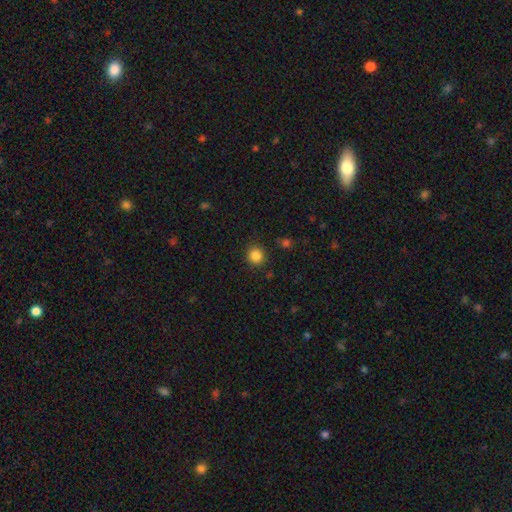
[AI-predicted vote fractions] Smooth or featured? Predicted: smooth (p=0.84). How rounded? Predicted: round (p=0.90). Merging? Predicted: none (p=0.89).